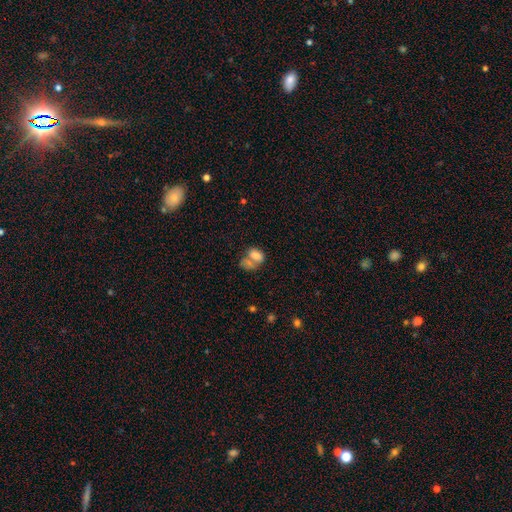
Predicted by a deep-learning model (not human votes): Smooth or featured? Predicted: smooth (p=0.74). How rounded? Predicted: in between (p=0.77). Merging? Predicted: merger (p=0.59).